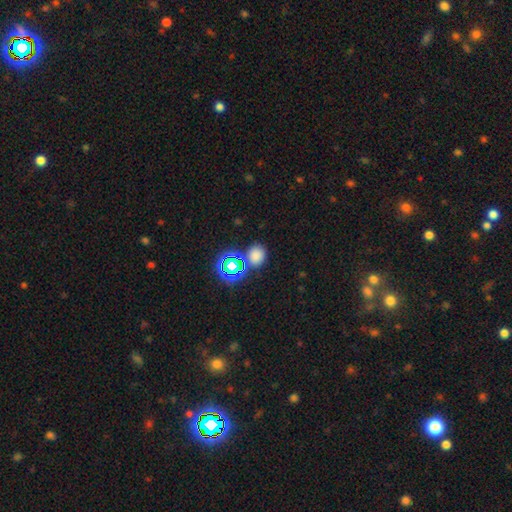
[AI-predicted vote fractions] Q: Smooth or featured?
A: smooth (70%); runner-up: star or artifact (25%)
Q: How rounded?
A: round (68%); runner-up: in between (31%)
Q: Merging?
A: none (78%); runner-up: minor disturbance (10%)